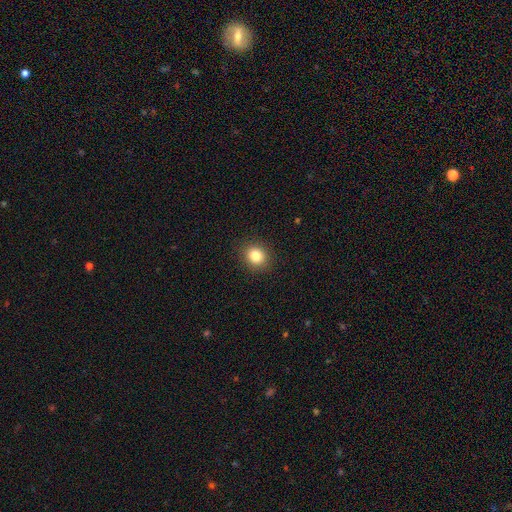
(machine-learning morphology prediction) A smooth galaxy with no disk features (83%) that is round (76%). Merging: none (91%).